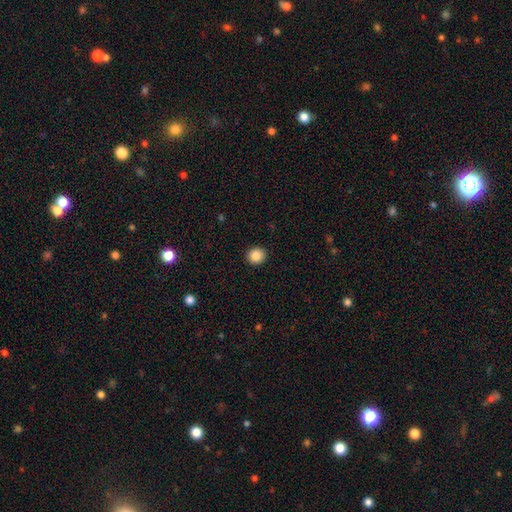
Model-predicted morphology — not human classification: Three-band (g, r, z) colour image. It shows a smooth galaxy with no disk features (86%) that is round (89%). Merging: none (93%).